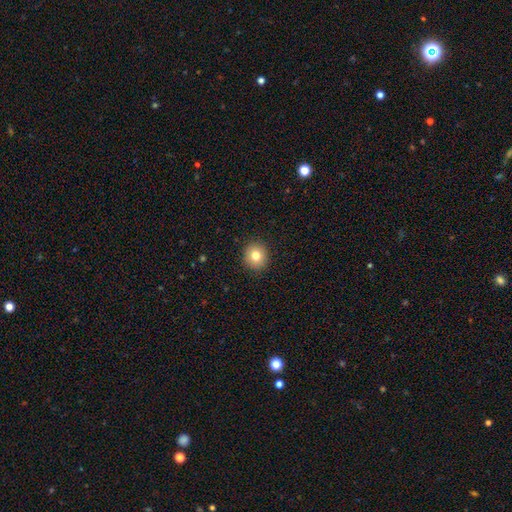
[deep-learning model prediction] A smooth galaxy with no disk features (79%) that is round (89%).

Vote fractions:
- Smooth or featured? smooth: 79% / star or artifact: 11% / featured or disk: 10%
- How rounded? round: 89% / in between: 10% / cigar-shaped: 1%
- Merging? none: 91% / minor disturbance: 6% / major disturbance: 2% / merger: 1%